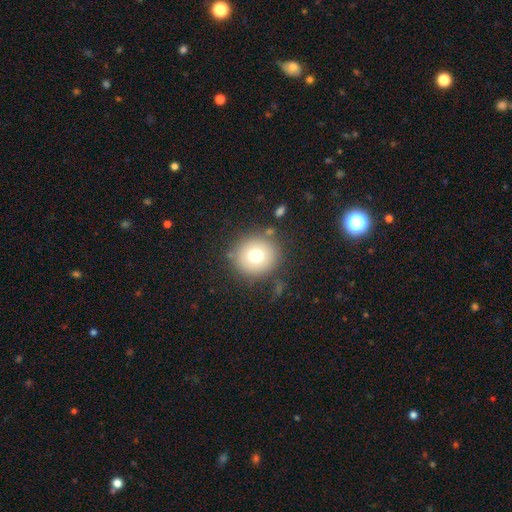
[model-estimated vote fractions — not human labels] Overall: smooth (73%). How rounded: round (90%). Merging: none (84%).